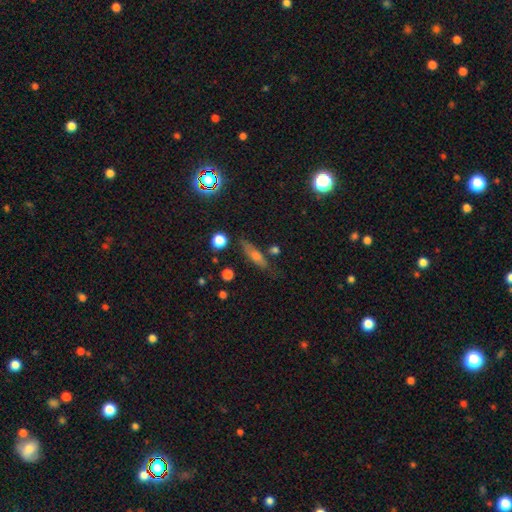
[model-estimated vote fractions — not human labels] smooth-or-featured: smooth: 47% | featured or disk: 37% | star or artifact: 15%
  merging: none: 76% | minor disturbance: 16% | merger: 4% | major disturbance: 4%